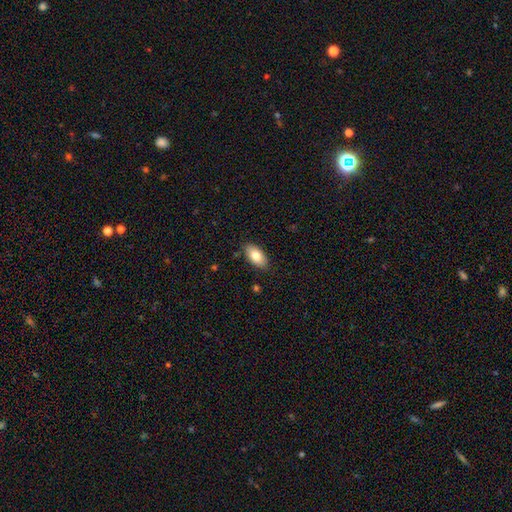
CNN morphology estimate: Smooth or featured? smooth (79%)
How rounded? in between (93%)
Merging? none (86%)